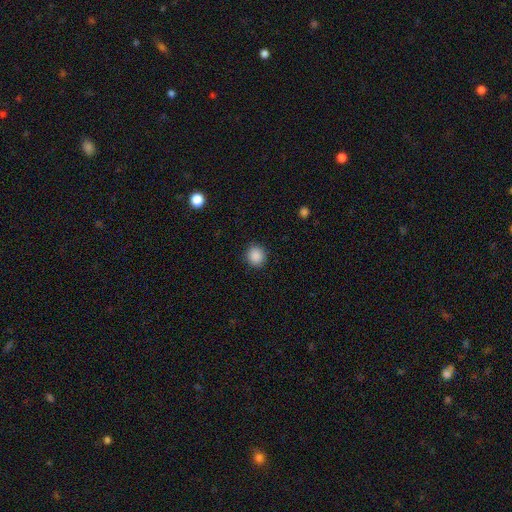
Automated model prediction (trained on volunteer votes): This is clearly a smooth galaxy (88%). How rounded: clearly round (90%). Merging: clearly none (91%).